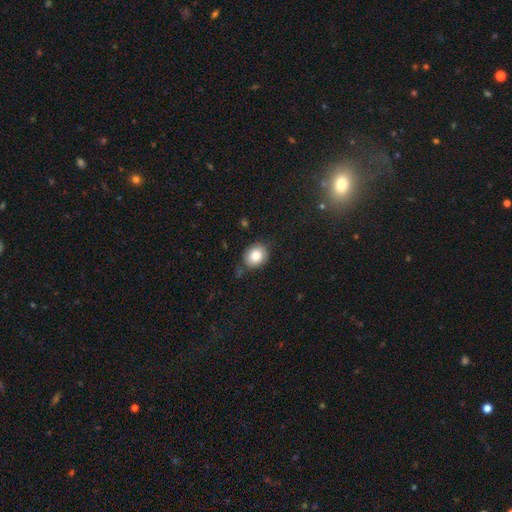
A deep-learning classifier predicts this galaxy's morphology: Smooth or featured? smooth (82%)
How rounded? round (63%)
Merging? none (80%)